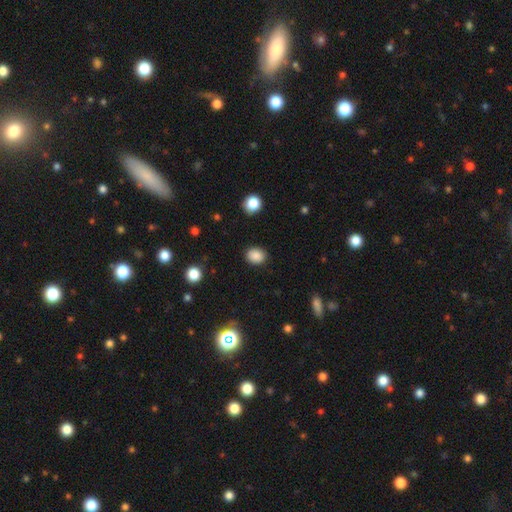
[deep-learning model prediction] smooth-or-featured: smooth: 87% | star or artifact: 10% | featured or disk: 3%
  how-rounded: round: 55% | in between: 44% | cigar-shaped: 1%
  merging: none: 88% | minor disturbance: 8% | major disturbance: 2% | merger: 1%